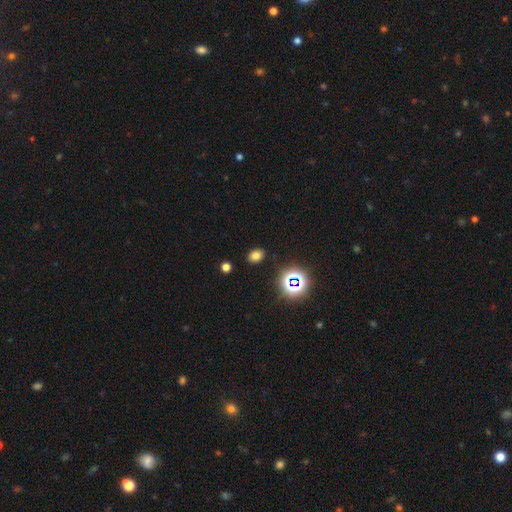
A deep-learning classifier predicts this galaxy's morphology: This appears to be a smooth galaxy with no disk features (71%) that is in between round and cigar-shaped (69%). Merging: none (86%).